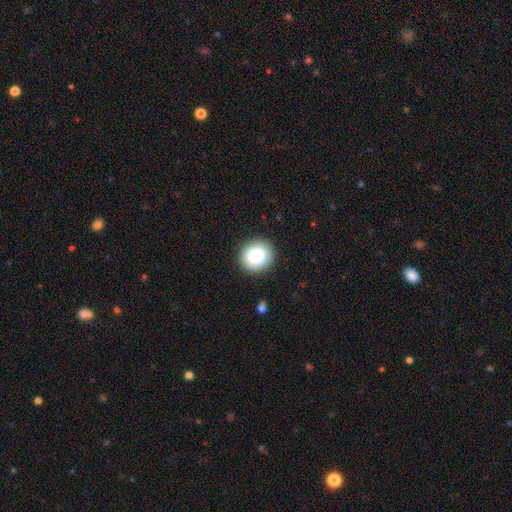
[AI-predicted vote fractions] Smooth or featured?
  - smooth: 84% *
  - star or artifact: 9%
  - featured or disk: 8%
How rounded?
  - round: 86% *
  - in between: 13%
  - cigar-shaped: 1%
Merging?
  - none: 89% *
  - minor disturbance: 7%
  - major disturbance: 2%
  - merger: 1%